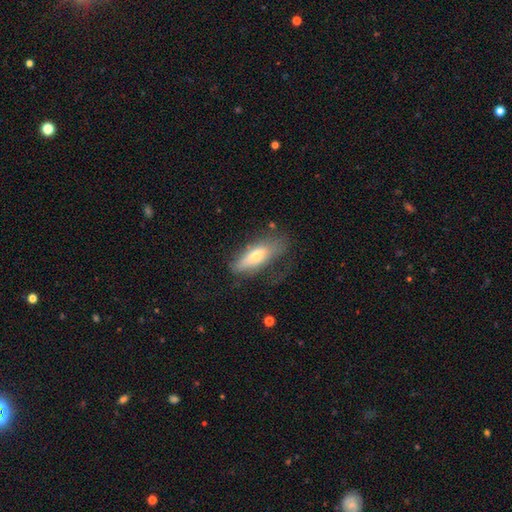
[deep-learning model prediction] smooth_or_featured: smooth (p=0.63) [alt: featured or disk p=0.30]
how_rounded: in between (p=0.61) [alt: cigar-shaped p=0.36]
merging: none (p=0.47) [alt: minor disturbance p=0.29]